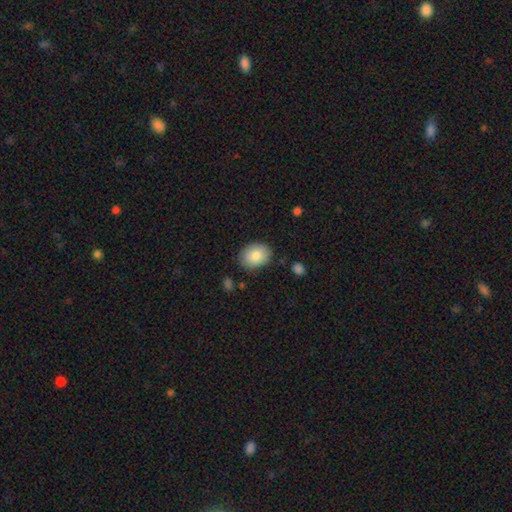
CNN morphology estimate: Q: Smooth or featured?
A: smooth (85%); runner-up: featured or disk (8%)
Q: How rounded?
A: in between (66%); runner-up: round (33%)
Q: Merging?
A: none (83%); runner-up: minor disturbance (12%)